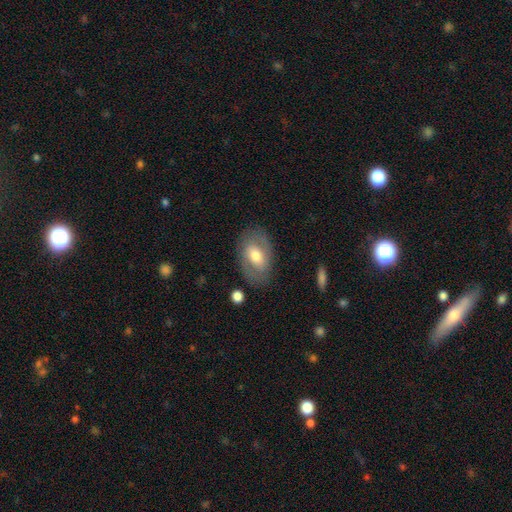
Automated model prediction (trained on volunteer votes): smooth 51%, featured or disk 42%, star or artifact 7%. Down the decision tree: how rounded — in between (87%); merging — none (79%).